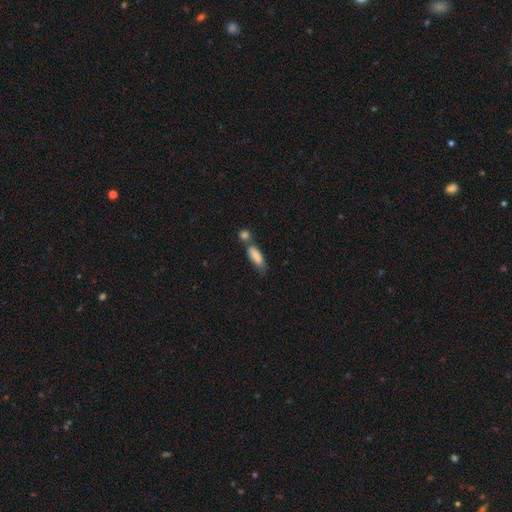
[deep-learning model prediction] Smooth or featured? smooth (85%)
How rounded? in between (66%)
Merging? none (42%)